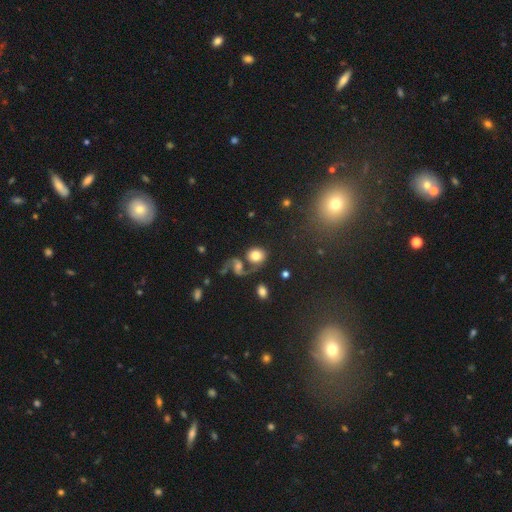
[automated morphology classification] This is likely a smooth galaxy (64%). How rounded: likely round (72%). Merging: possibly none (49%).